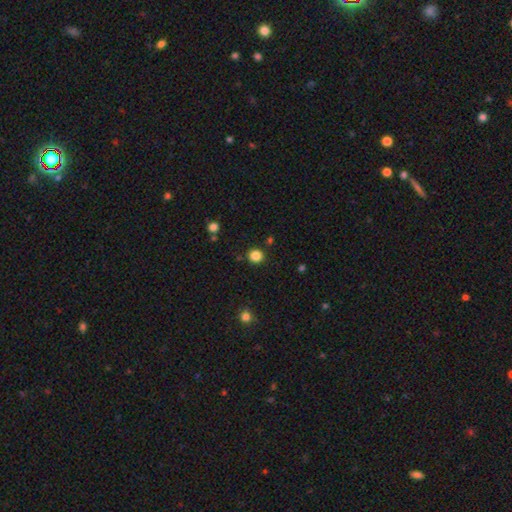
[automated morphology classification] A smooth galaxy with no disk features (84%) that is round (91%). Merging: none (90%).